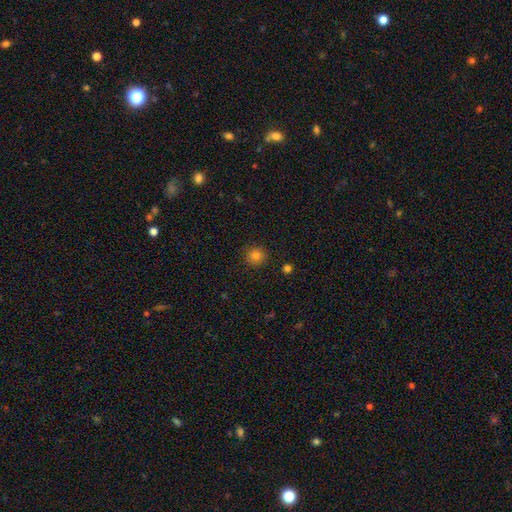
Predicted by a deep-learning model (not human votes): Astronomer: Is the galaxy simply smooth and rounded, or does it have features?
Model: smooth — 82%.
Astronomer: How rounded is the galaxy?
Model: round — 92%.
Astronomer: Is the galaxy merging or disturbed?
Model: none — 90%.